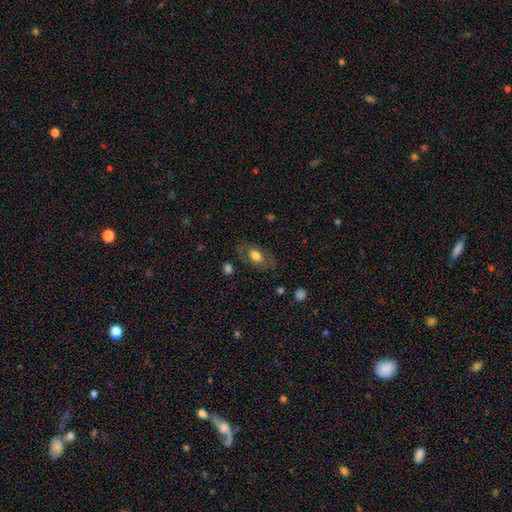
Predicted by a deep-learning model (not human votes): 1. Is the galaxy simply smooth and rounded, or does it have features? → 63% smooth, 30% featured or disk, 7% star or artifact.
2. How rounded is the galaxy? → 87% in between, 11% round, 2% cigar-shaped.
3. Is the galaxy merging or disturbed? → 76% none, 15% minor disturbance, 7% major disturbance, 2% merger.